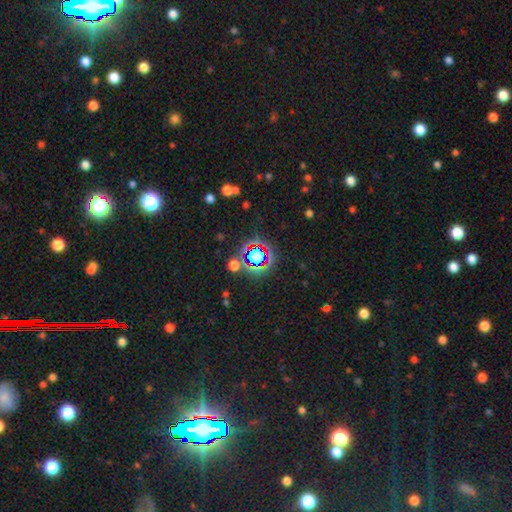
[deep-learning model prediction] A star or artifact, not a galaxy (59%).

Vote fractions:
- Smooth or featured? star or artifact: 59% / smooth: 29% / featured or disk: 12%